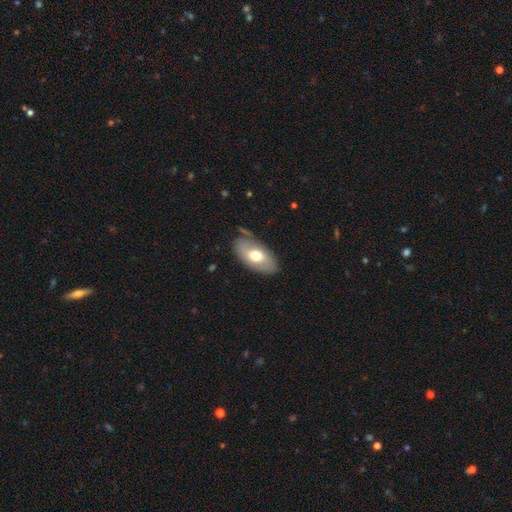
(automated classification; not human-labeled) Morphology: type=smooth (58%); roundness=in between (93%); merging=none (74%).